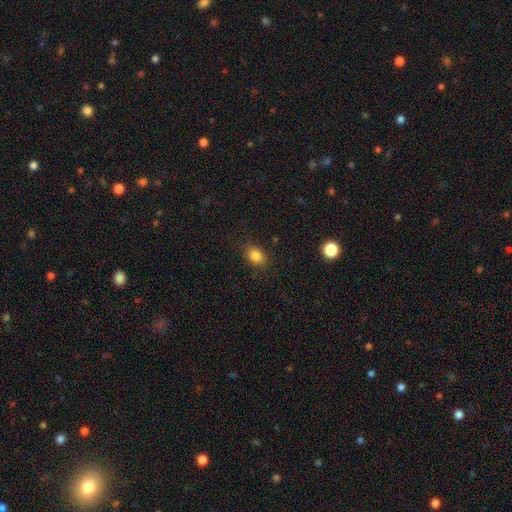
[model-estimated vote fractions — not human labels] Smooth or featured: smooth — 83% (star or artifact — 11%)
How rounded: in between — 71% (round — 27%)
Merging: none — 86% (minor disturbance — 10%)